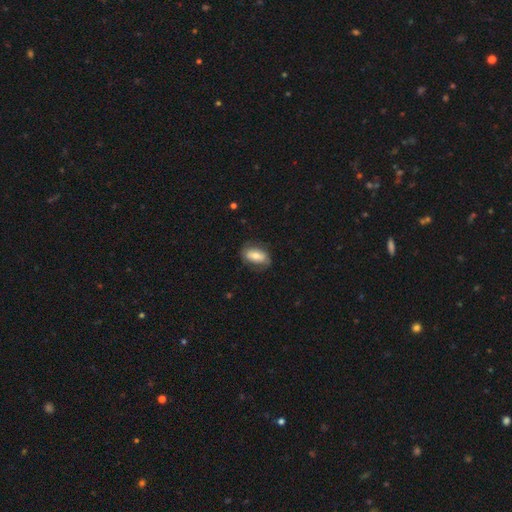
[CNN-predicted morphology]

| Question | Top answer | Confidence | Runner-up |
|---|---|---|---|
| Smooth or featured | smooth | 59% | featured or disk (34%) |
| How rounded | in between | 87% | round (8%) |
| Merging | none | 72% | minor disturbance (19%) |